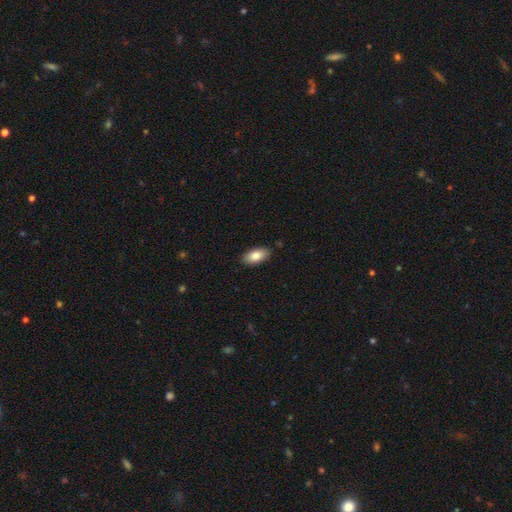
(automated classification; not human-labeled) smooth_or_featured: smooth (p=0.85) [alt: featured or disk p=0.09]
how_rounded: in between (p=0.92) [alt: cigar-shaped p=0.05]
merging: none (p=0.88) [alt: minor disturbance p=0.09]